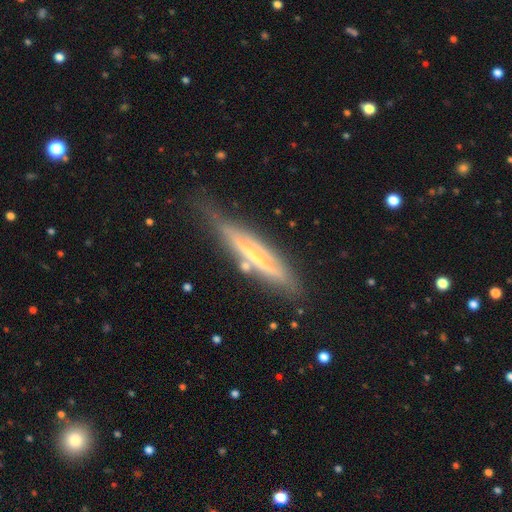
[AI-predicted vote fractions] Smooth or featured?
  - featured or disk: 67% *
  - smooth: 26%
  - star or artifact: 7%
Edge-on disk?
  - yes: 91% *
  - no: 9%
Edge-on bulge?
  - none: 54% *
  - rounded: 29%
  - boxy: 16%
Merging?
  - none: 66% *
  - minor disturbance: 23%
  - major disturbance: 7%
  - merger: 4%